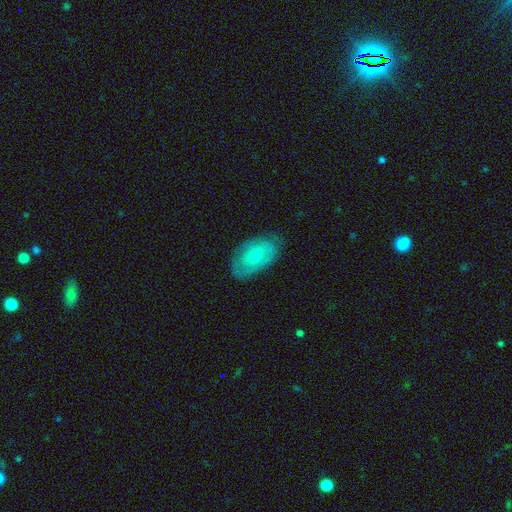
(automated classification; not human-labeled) Smooth or featured: smooth — 59% (featured or disk — 35%)
How rounded: in between — 91% (round — 8%)
Merging: none — 72% (minor disturbance — 21%)